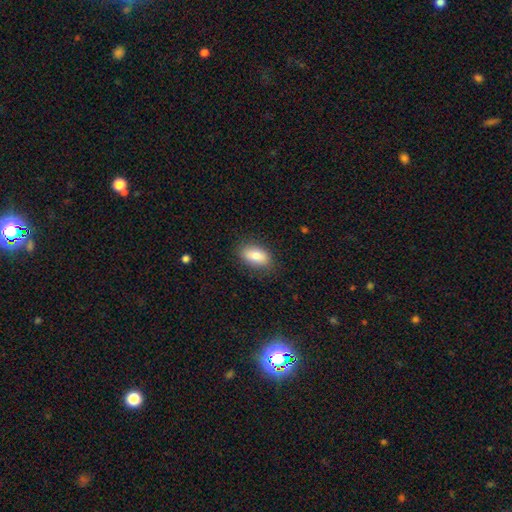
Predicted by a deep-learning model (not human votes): Smooth or featured: smooth — 82% (featured or disk — 11%)
How rounded: in between — 91% (round — 5%)
Merging: none — 84% (minor disturbance — 12%)